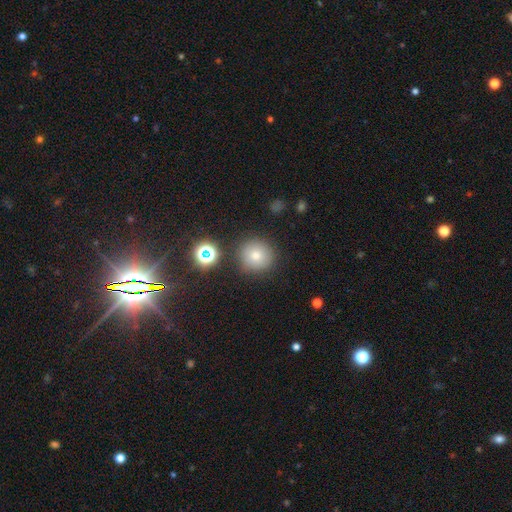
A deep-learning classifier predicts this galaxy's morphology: smooth-or-featured: smooth: 75% | star or artifact: 15% | featured or disk: 10%
  how-rounded: round: 93% | in between: 6% | cigar-shaped: 1%
  merging: none: 83% | minor disturbance: 9% | merger: 4% | major disturbance: 3%